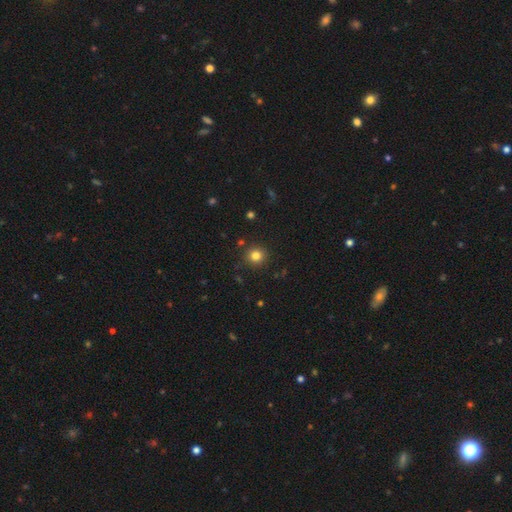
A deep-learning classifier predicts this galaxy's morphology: smooth-or-featured: smooth: 81% | star or artifact: 13% | featured or disk: 5%
  how-rounded: round: 93% | in between: 6% | cigar-shaped: 1%
  merging: none: 88% | minor disturbance: 7% | major disturbance: 2% | merger: 2%